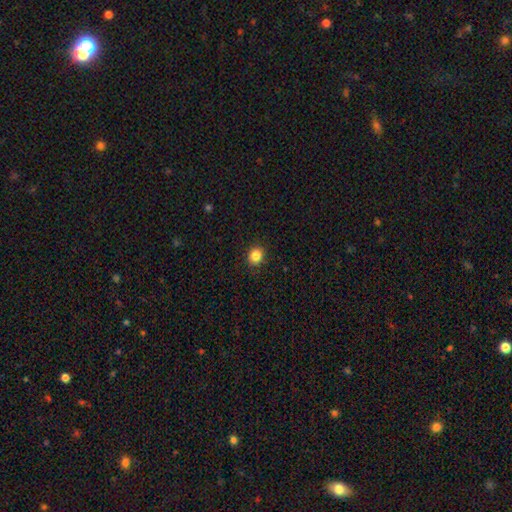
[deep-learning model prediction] Smooth or featured: smooth — 85% (star or artifact — 11%)
How rounded: round — 75% (in between — 24%)
Merging: none — 90% (minor disturbance — 7%)